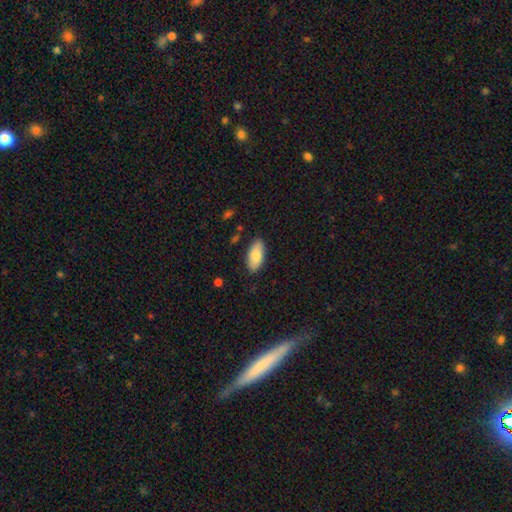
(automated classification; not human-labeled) Overall: smooth (84%). How rounded: in between (92%). Merging: none (85%).